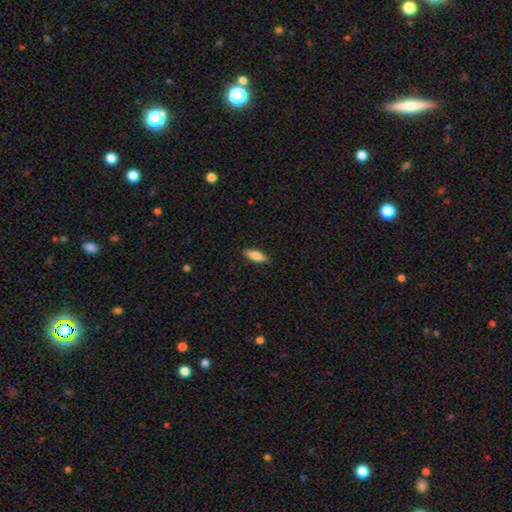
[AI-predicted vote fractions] A smooth galaxy with no disk features (82%) that is in between round and cigar-shaped (66%). Merging: none (88%).